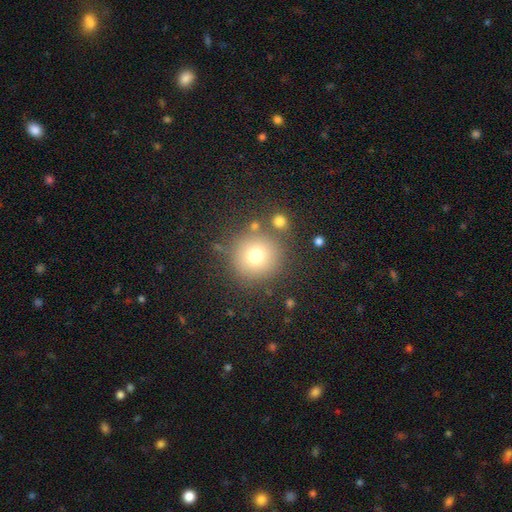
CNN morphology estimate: This appears to be a smooth galaxy with no disk features (73%) that is round (94%). Merging: none (81%).